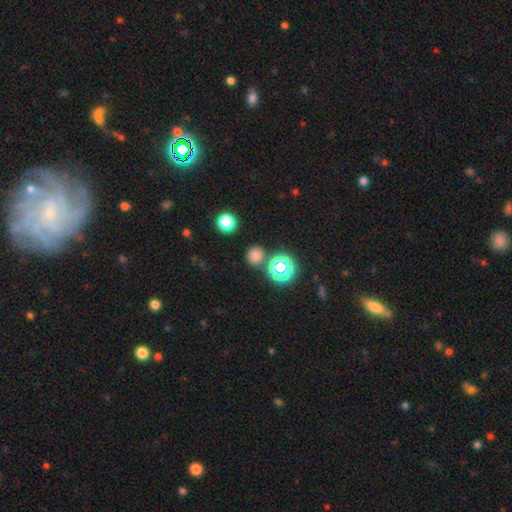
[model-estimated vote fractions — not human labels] A smooth galaxy with no disk features (71%) that is round (89%). Merging: none (80%).